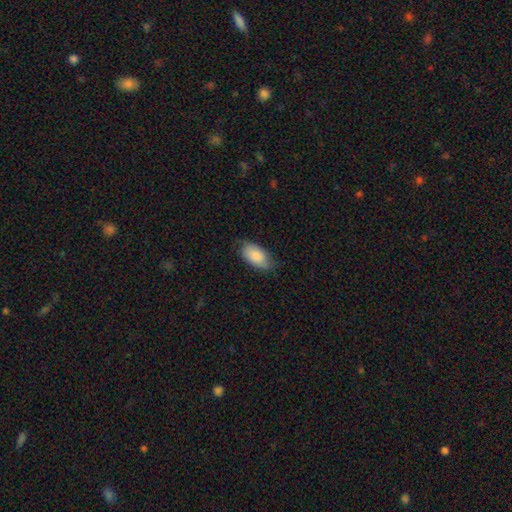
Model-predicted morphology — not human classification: A smooth galaxy with no disk features (85%) that is in between round and cigar-shaped (94%).

Vote fractions:
- Smooth or featured? smooth: 85% / featured or disk: 9% / star or artifact: 6%
- How rounded? in between: 94% / cigar-shaped: 3% / round: 3%
- Merging? none: 71% / minor disturbance: 23% / major disturbance: 4% / merger: 1%